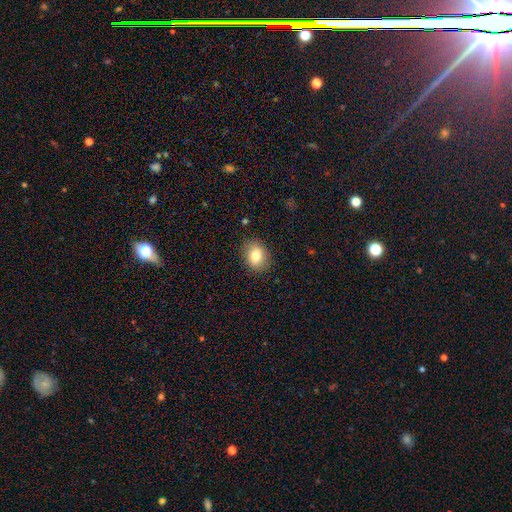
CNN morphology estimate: smooth_or_featured: smooth (p=0.80) [alt: featured or disk p=0.11]
how_rounded: in between (p=0.60) [alt: round p=0.39]
merging: none (p=0.86) [alt: minor disturbance p=0.10]